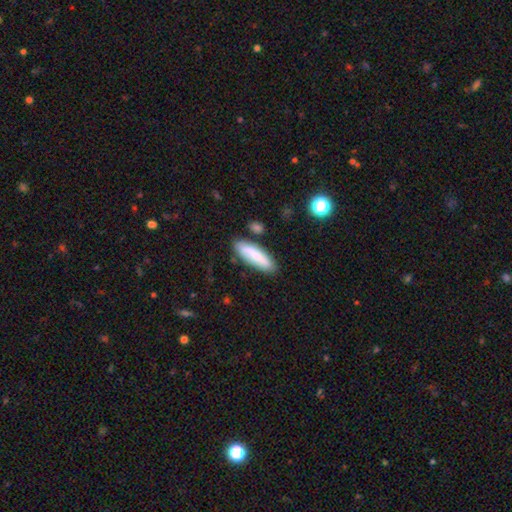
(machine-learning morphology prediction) Q: Smooth or featured?
A: smooth (74%); runner-up: featured or disk (20%)
Q: How rounded?
A: cigar-shaped (50%); runner-up: in between (48%)
Q: Merging?
A: none (79%); runner-up: minor disturbance (13%)